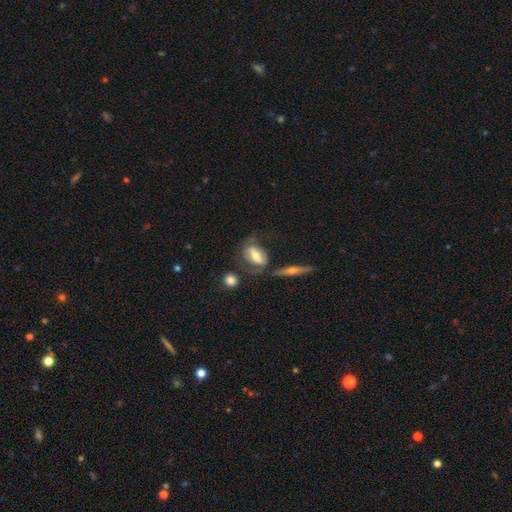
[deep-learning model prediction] featured or disk 50%, smooth 43%, star or artifact 7%. Down the decision tree: edge-on disk — no (83%); merging — none (44%).